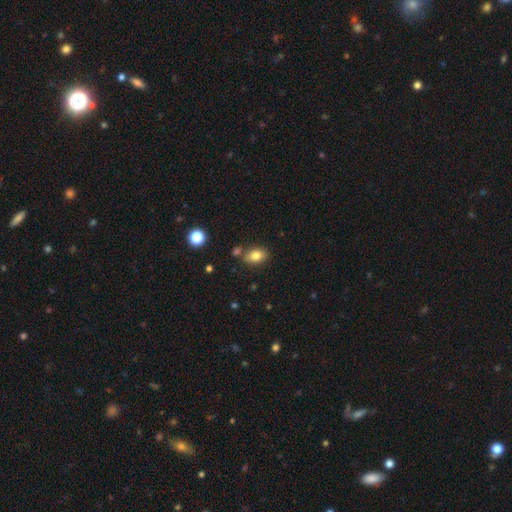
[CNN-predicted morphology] This is clearly a smooth galaxy (81%). How rounded: likely in between (79%). Merging: likely none (76%).